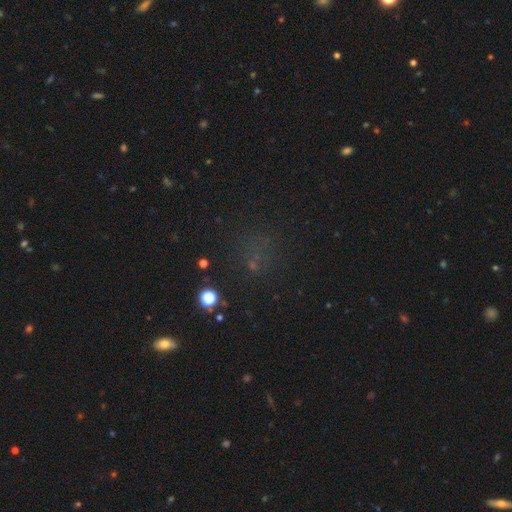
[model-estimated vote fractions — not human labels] star or artifact 49%, smooth 39%, featured or disk 11%.